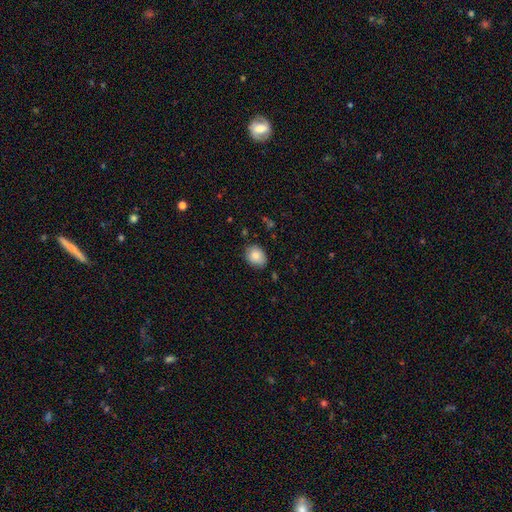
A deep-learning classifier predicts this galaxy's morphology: smooth 84%, featured or disk 8%, star or artifact 8%. Down the decision tree: how rounded — in between (62%); merging — none (75%).